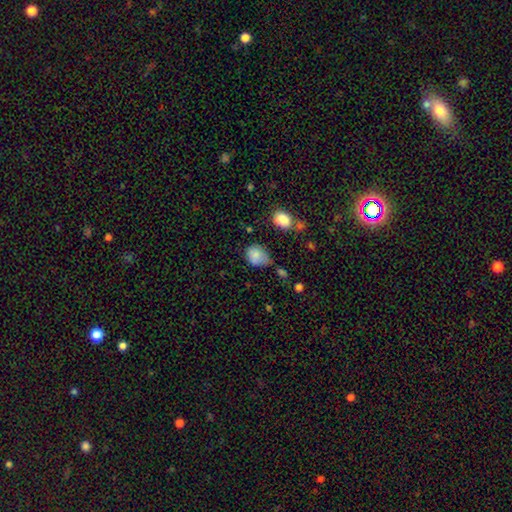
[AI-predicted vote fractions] Smooth or featured? smooth (82%)
How rounded? in between (53%)
Merging? minor disturbance (43%)